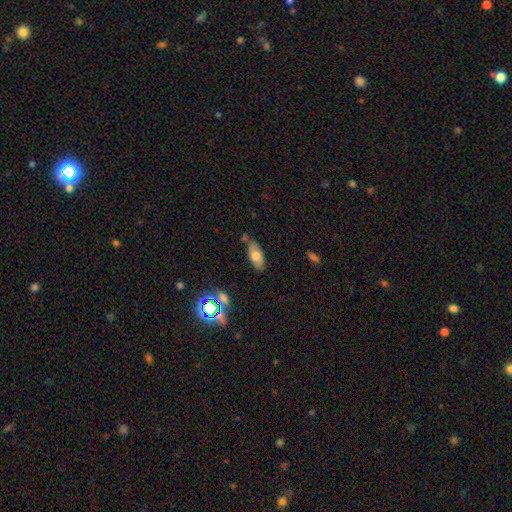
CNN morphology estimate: The model was most divided on "merging": none: 65%, minor disturbance: 22%, merger: 8%, major disturbance: 5%. More confident: how rounded — in between (87%); smooth or featured — smooth (67%).